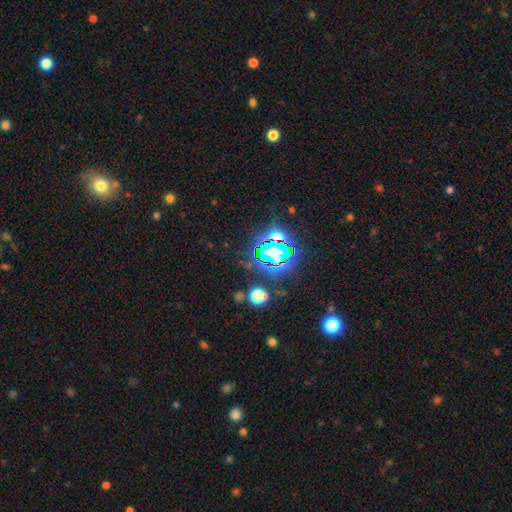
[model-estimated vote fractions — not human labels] The model was most divided on "smooth or featured": star or artifact: 72%, smooth: 17%, featured or disk: 11%.